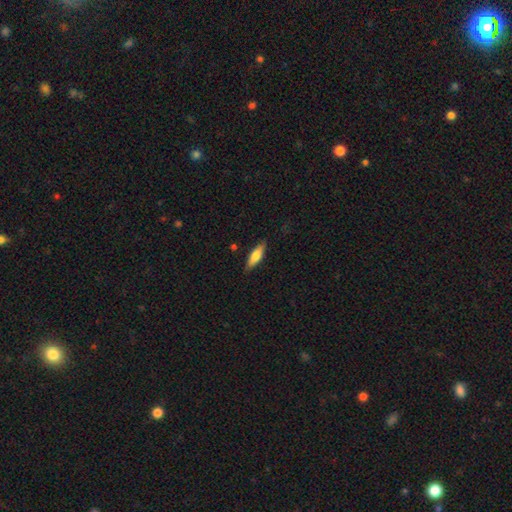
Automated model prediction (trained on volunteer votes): Overall: smooth (71%). How rounded: cigar-shaped (49%, tied with in between). Merging: none (83%).